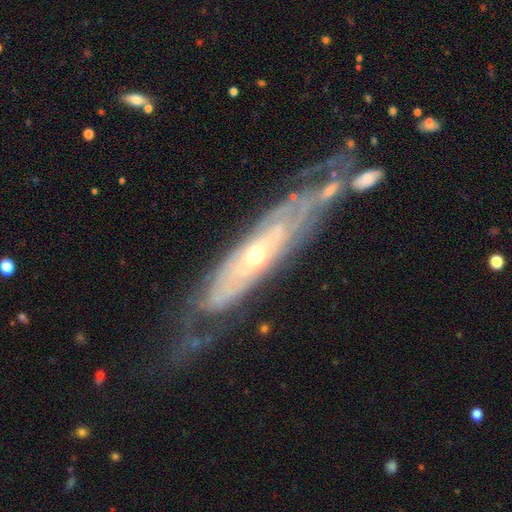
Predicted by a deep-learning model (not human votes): Q: Smooth or featured?
A: featured or disk (82%); runner-up: smooth (12%)
Q: Edge-on disk?
A: no (68%); runner-up: yes (32%)
Q: Bar?
A: no (76%); runner-up: weak (17%)
Q: Spiral arms?
A: yes (80%); runner-up: no (20%)
Q: Bulge size?
A: small (59%); runner-up: moderate (36%)
Q: Merging?
A: none (58%); runner-up: minor disturbance (22%)